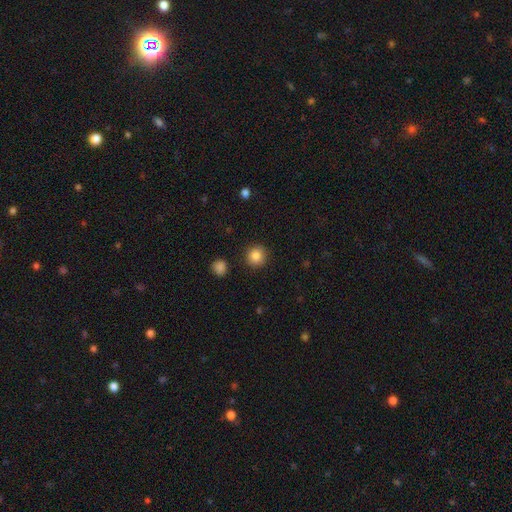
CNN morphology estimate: type=smooth (86%); roundness=round (94%); merging=none (90%).